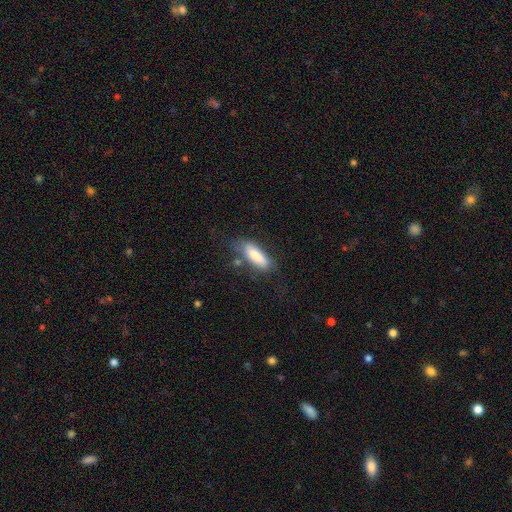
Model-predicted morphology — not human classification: This appears to be a smooth galaxy with no disk features (80%) that is in between round and cigar-shaped (56%). Merging: none (63%).